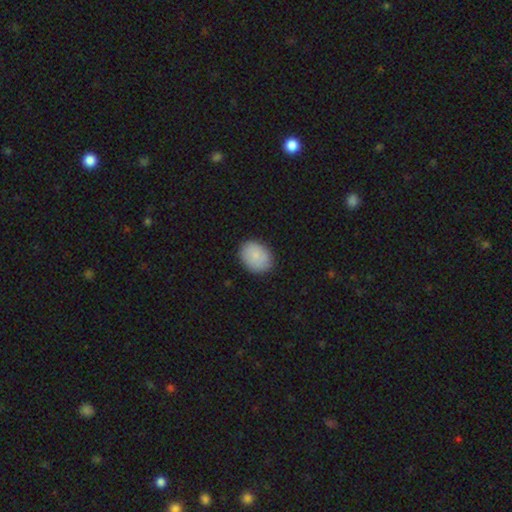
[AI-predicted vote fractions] Smooth or featured? Predicted: smooth (p=0.86). How rounded? Predicted: in between (p=0.65). Merging? Predicted: none (p=0.85).